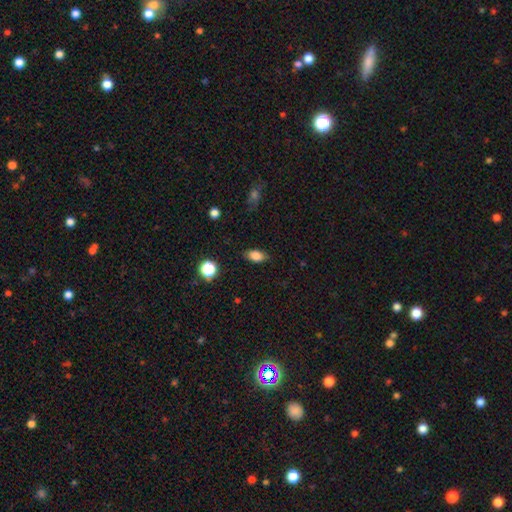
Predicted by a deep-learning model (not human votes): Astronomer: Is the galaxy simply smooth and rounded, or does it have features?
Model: smooth — 83%.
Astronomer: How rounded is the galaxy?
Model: in between — 87%.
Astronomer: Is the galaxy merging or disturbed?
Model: none — 83%.